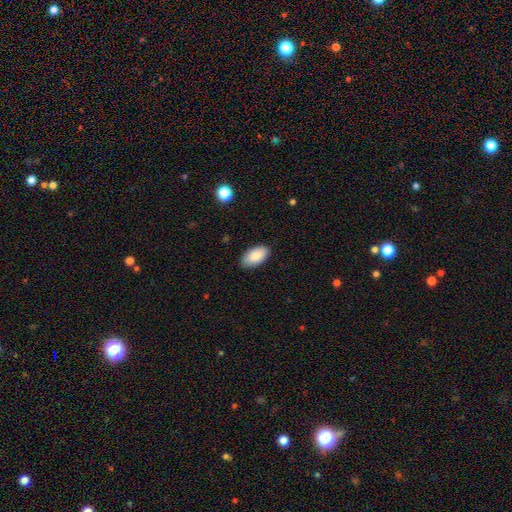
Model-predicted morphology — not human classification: Smooth or featured? smooth (87%)
How rounded? in between (95%)
Merging? none (87%)